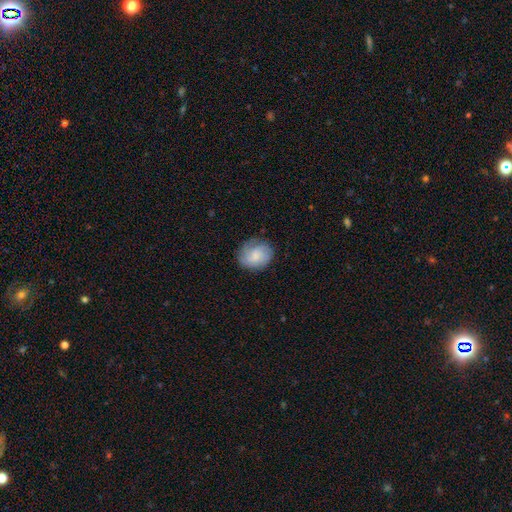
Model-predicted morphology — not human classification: Smooth or featured? smooth (60%)
How rounded? round (61%)
Merging? none (75%)